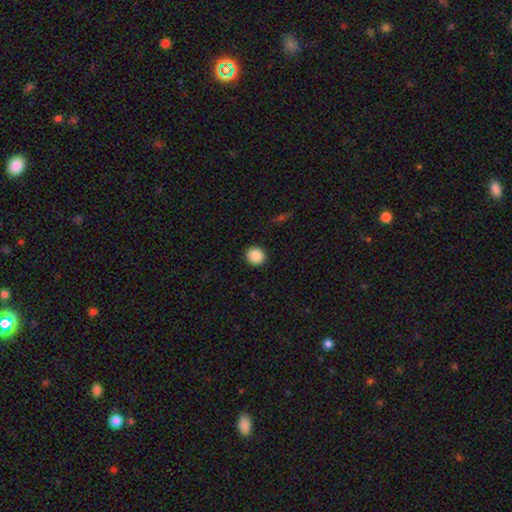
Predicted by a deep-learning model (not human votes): Morphology: type=smooth (87%); roundness=round (91%); merging=none (93%).